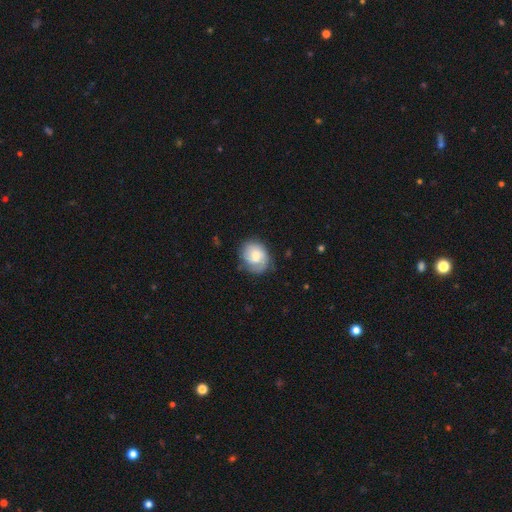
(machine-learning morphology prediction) smooth 53%, featured or disk 40%, star or artifact 7%. Down the decision tree: how rounded — round (56%); merging — none (69%).